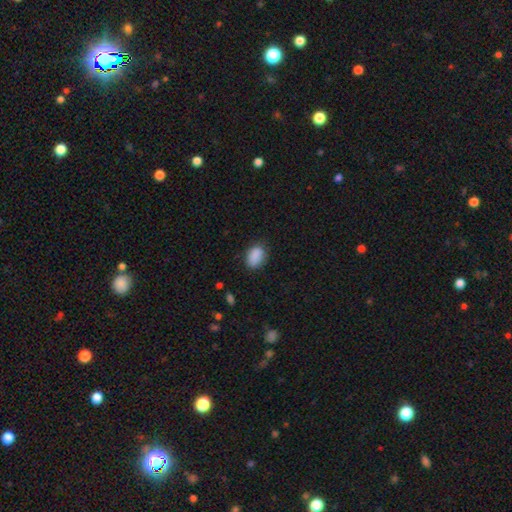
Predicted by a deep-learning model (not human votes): This is clearly a smooth galaxy (88%). How rounded: clearly in between (82%). Merging: likely none (80%).